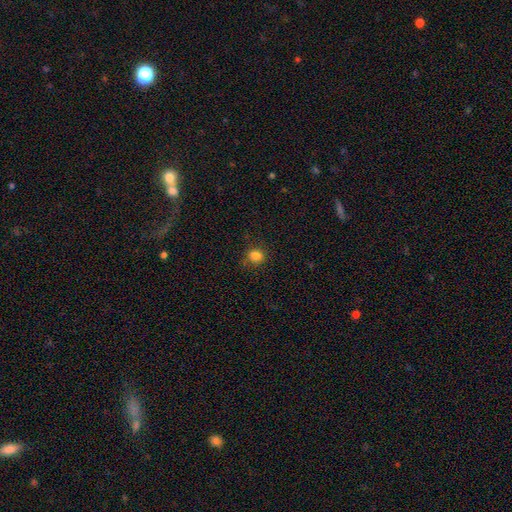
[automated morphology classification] Smooth or featured? Predicted: smooth (p=0.83). How rounded? Predicted: round (p=0.83). Merging? Predicted: none (p=0.85).